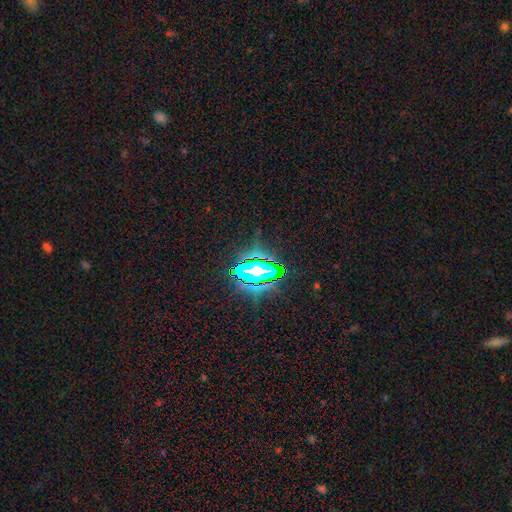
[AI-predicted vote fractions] Smooth or featured: star or artifact — 79% (smooth — 13%)